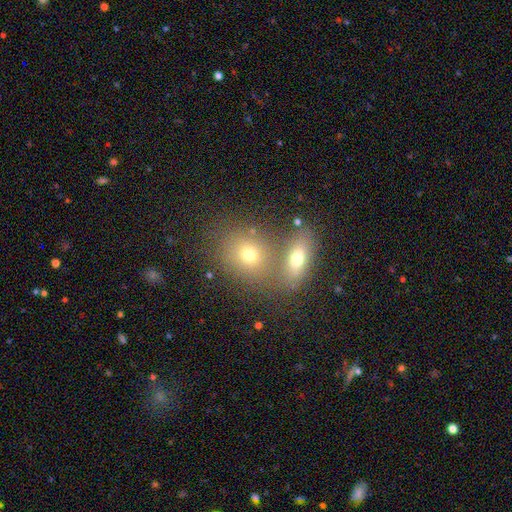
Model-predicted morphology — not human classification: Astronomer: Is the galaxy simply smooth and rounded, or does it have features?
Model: smooth — 60%.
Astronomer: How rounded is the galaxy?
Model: round — 52% (runner-up: in between, 44%).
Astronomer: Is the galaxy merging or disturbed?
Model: merger — 46% (runner-up: none, 44%).